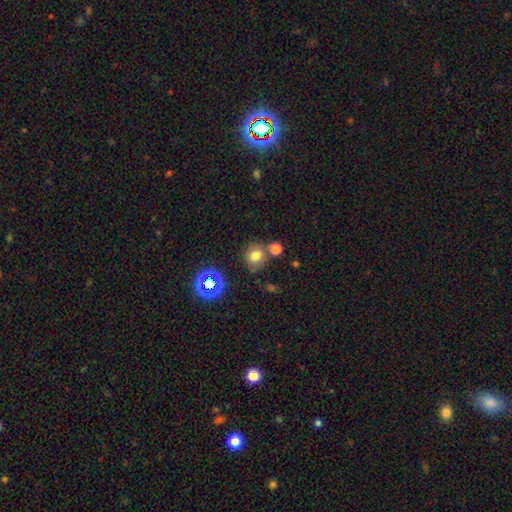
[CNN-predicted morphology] Smooth or featured? Predicted: smooth (p=0.72). How rounded? Predicted: round (p=0.76). Merging? Predicted: none (p=0.66).